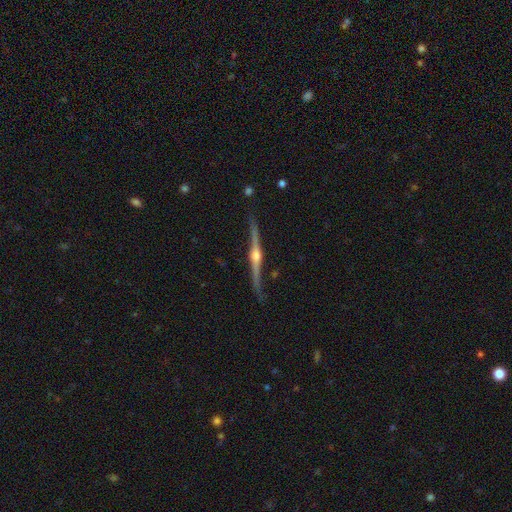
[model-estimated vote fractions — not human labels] A featured or disk galaxy (89%) viewed edge-on (98%) with a rounded central bulge (94%). Merging: none (84%).